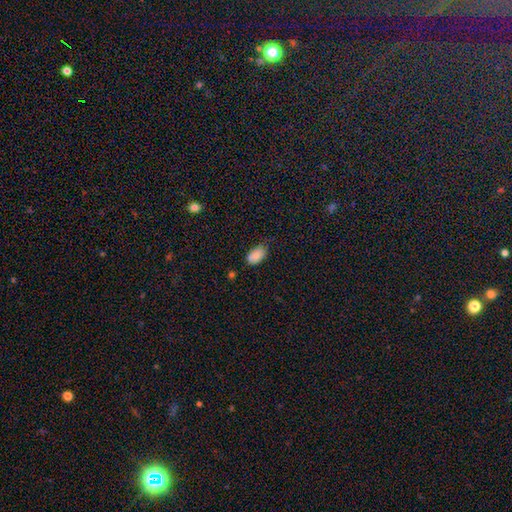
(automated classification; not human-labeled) Smooth or featured? Predicted: smooth (p=0.84). How rounded? Predicted: in between (p=0.92). Merging? Predicted: none (p=0.62).